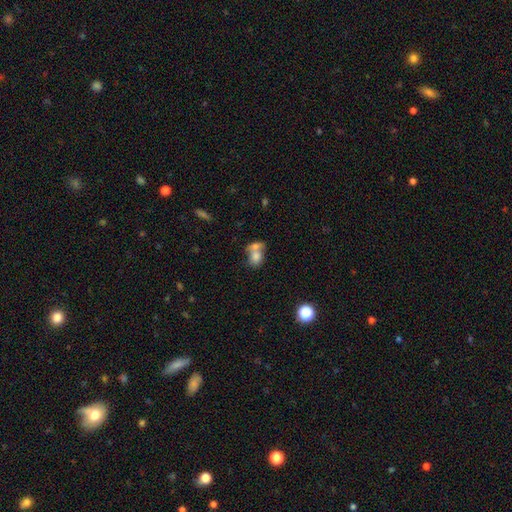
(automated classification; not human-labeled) Overall: smooth (76%). How rounded: in between (59%; round 40%). Merging: merger (66%).